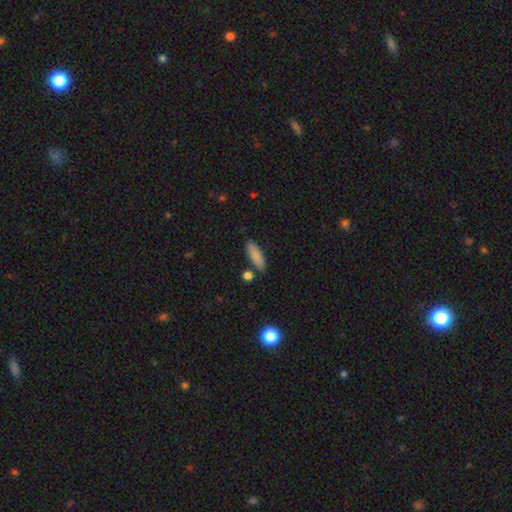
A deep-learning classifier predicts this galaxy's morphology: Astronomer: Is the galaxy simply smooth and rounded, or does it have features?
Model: smooth — 84%.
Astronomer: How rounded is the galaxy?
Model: in between — 54% (runner-up: cigar-shaped, 43%).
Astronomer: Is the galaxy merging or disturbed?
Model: none — 81%.